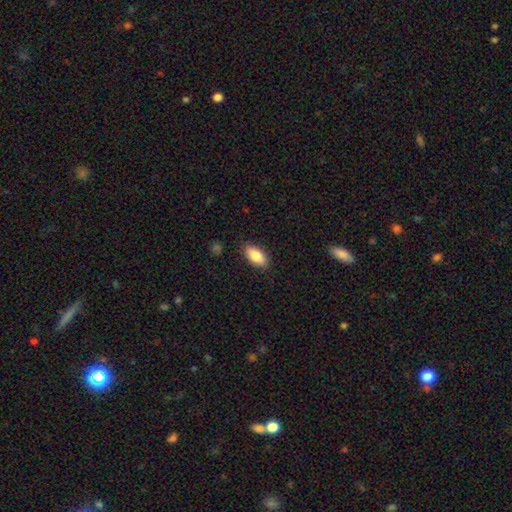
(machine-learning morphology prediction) smooth 84%, featured or disk 9%, star or artifact 7%. Down the decision tree: how rounded — in between (89%); merging — none (86%).